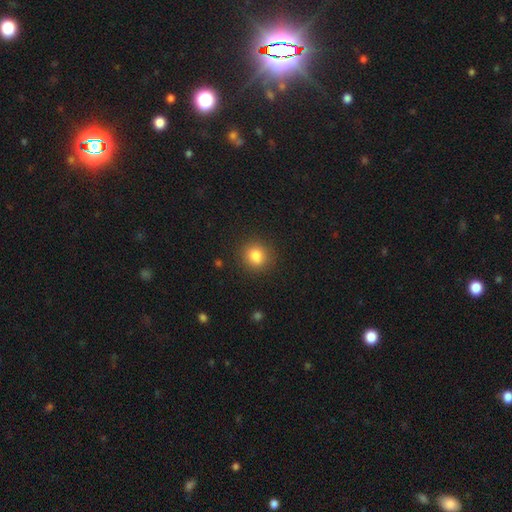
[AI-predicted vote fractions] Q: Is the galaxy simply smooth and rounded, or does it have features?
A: smooth — 84%.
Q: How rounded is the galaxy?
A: round — 82%.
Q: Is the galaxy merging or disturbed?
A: none — 88%.